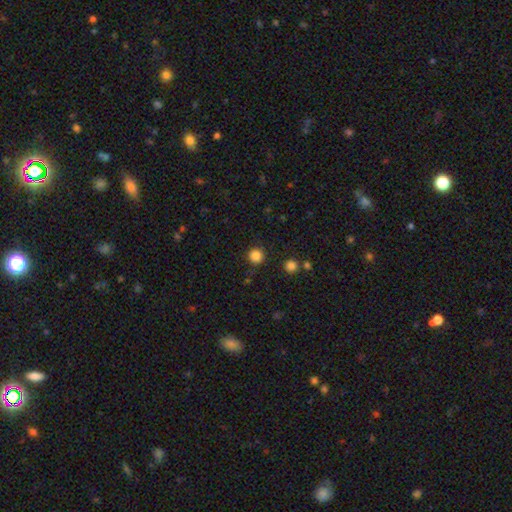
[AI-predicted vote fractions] This appears to be a smooth galaxy with no disk features (85%) that is round (95%). Merging: none (90%).